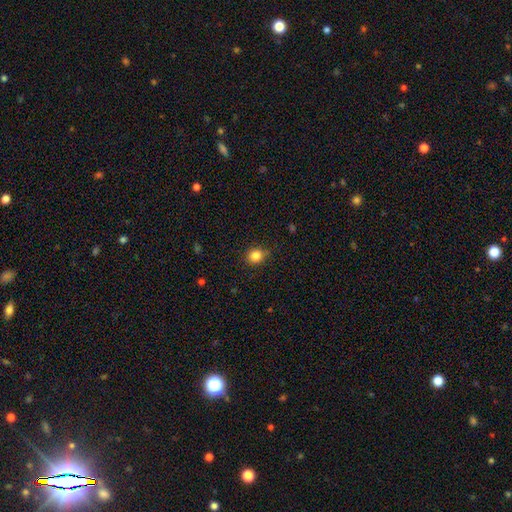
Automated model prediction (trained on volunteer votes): Smooth or featured?
  - smooth: 83% *
  - star or artifact: 11%
  - featured or disk: 5%
How rounded?
  - round: 83% *
  - in between: 16%
  - cigar-shaped: 1%
Merging?
  - none: 86% *
  - minor disturbance: 10%
  - major disturbance: 2%
  - merger: 1%